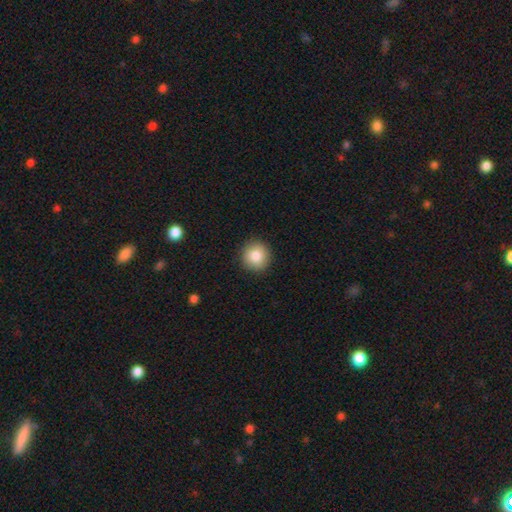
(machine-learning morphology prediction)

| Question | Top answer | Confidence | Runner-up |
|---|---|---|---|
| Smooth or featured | smooth | 85% | star or artifact (9%) |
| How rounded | round | 92% | in between (7%) |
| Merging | none | 91% | minor disturbance (7%) |